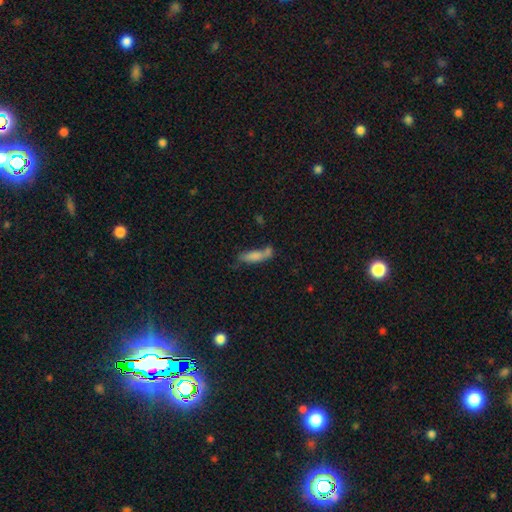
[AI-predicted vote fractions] Smooth or featured? smooth (73%)
How rounded? cigar-shaped (52%)
Merging? none (41%)